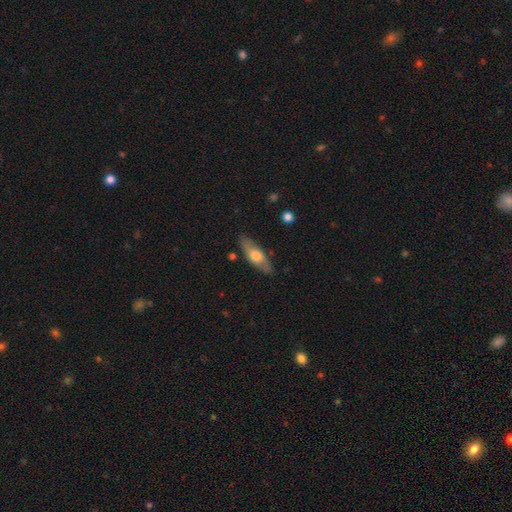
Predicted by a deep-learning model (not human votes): Smooth or featured: smooth — 52% (featured or disk — 43%)
How rounded: in between — 58% (cigar-shaped — 39%)
Merging: none — 84% (minor disturbance — 12%)